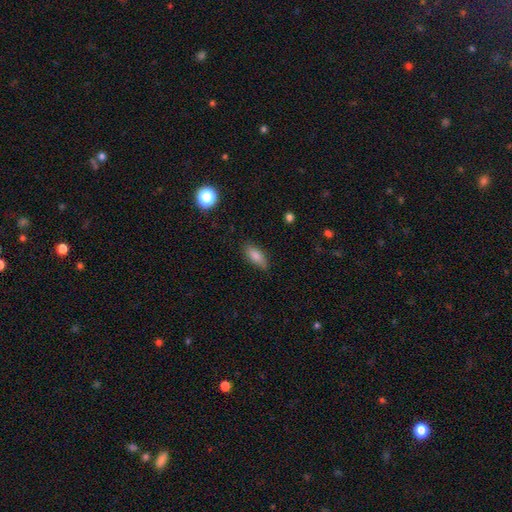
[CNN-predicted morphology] A smooth galaxy with no disk features (84%) that is in between round and cigar-shaped (82%). Merging: none (82%).